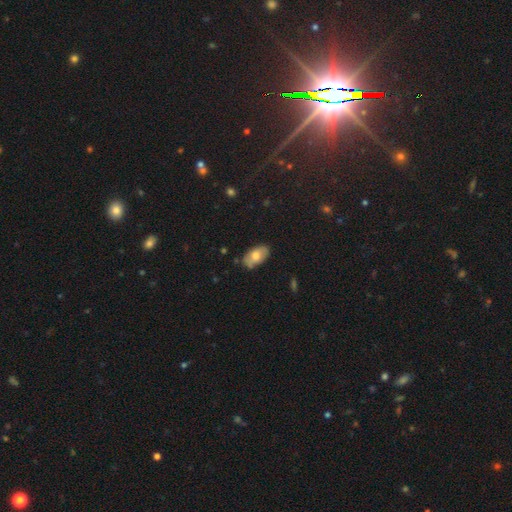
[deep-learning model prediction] Smooth or featured? smooth (67%)
How rounded? in between (94%)
Merging? none (76%)